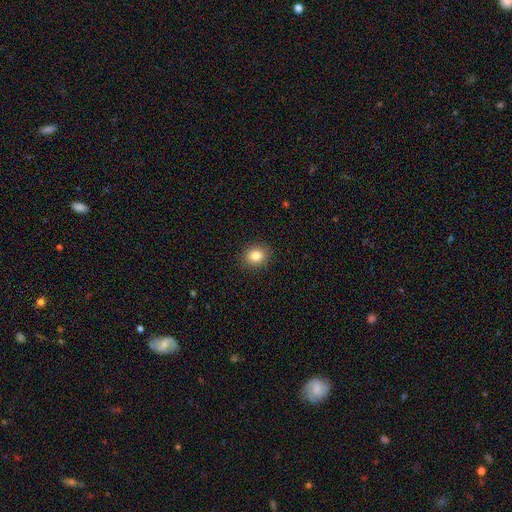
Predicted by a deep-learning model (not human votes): This appears to be a smooth galaxy with no disk features (83%) that is round (62%). Merging: none (90%).